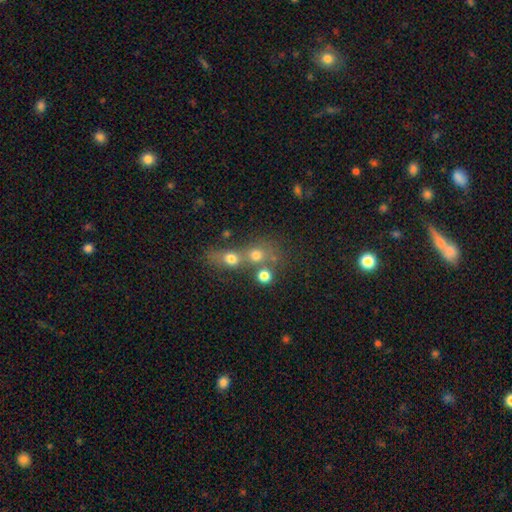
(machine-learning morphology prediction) type=smooth (55%); roundness=round (71%); merging=merger (57%).